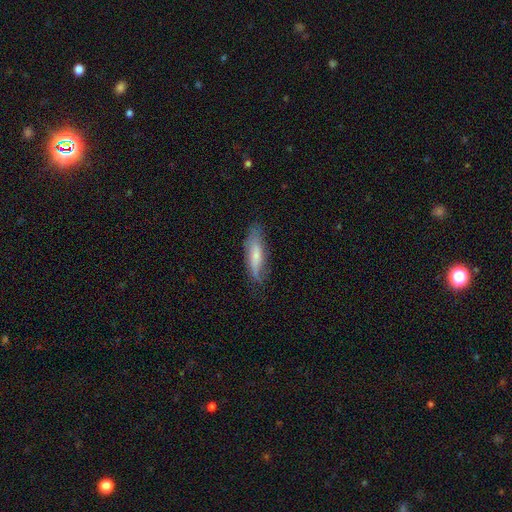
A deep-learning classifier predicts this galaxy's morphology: smooth-or-featured: smooth: 62% | featured or disk: 32% | star or artifact: 7%
  how-rounded: cigar-shaped: 60% | in between: 38% | round: 2%
  merging: none: 67% | minor disturbance: 25% | major disturbance: 7% | merger: 2%